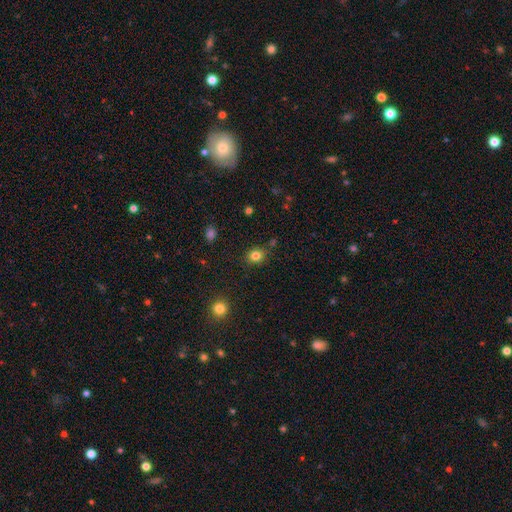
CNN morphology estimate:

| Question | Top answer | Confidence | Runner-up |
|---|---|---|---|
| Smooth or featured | smooth | 82% | star or artifact (12%) |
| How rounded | round | 58% | in between (41%) |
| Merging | none | 83% | minor disturbance (11%) |